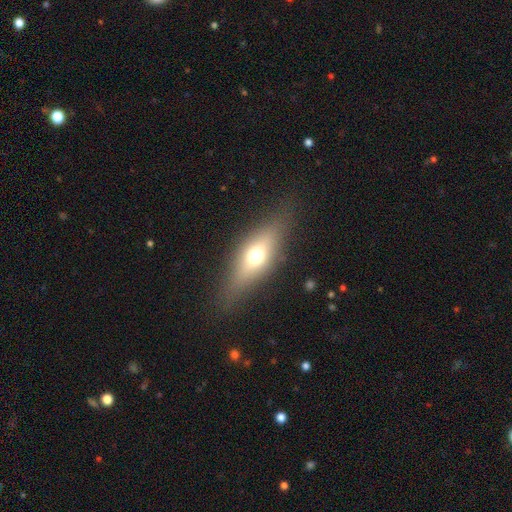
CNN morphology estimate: The model was most divided on "smooth or featured": smooth: 56%, featured or disk: 33%, star or artifact: 10%. More confident: merging — none (80%); how rounded — in between (63%).